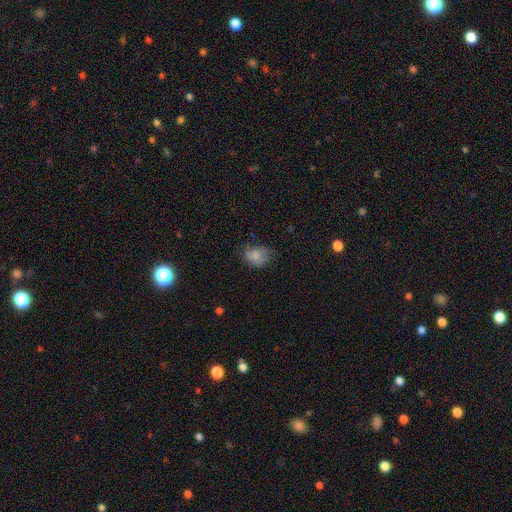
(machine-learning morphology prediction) This is likely a smooth galaxy (72%). How rounded: possibly in between (57%). Merging: possibly none (48%).